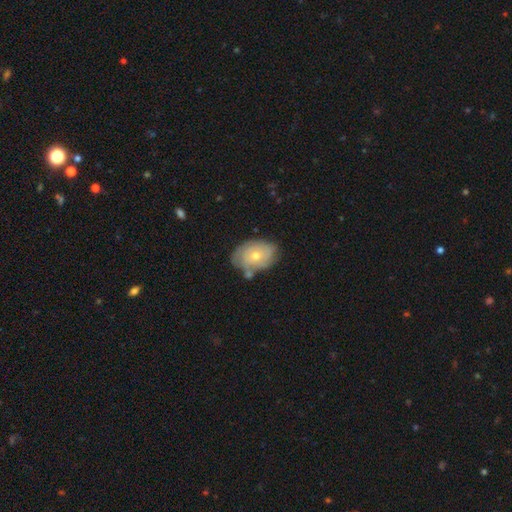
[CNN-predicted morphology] smooth-or-featured: featured or disk: 53% | smooth: 41% | star or artifact: 7%
  disk-edge-on: no: 95% | yes: 5%
  merging: none: 57% | minor disturbance: 26% | merger: 10% | major disturbance: 7%